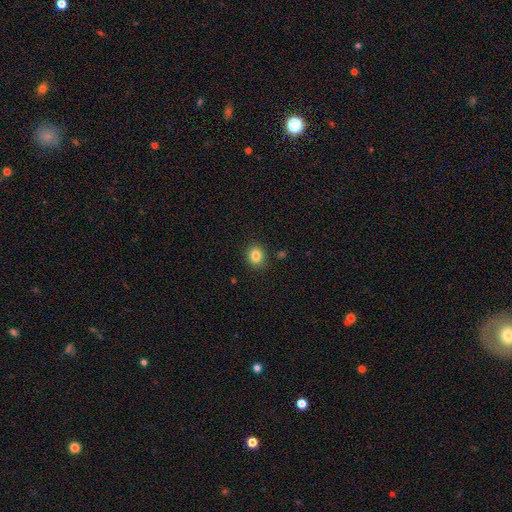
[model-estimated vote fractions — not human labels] Smooth or featured? Predicted: smooth (p=0.84). How rounded? Predicted: round (p=0.70). Merging? Predicted: none (p=0.88).